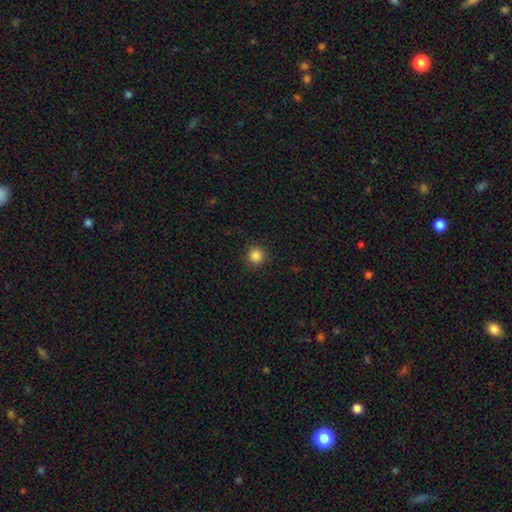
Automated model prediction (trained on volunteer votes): Smooth or featured: smooth — 86% (star or artifact — 11%)
How rounded: round — 95% (in between — 4%)
Merging: none — 91% (minor disturbance — 6%)